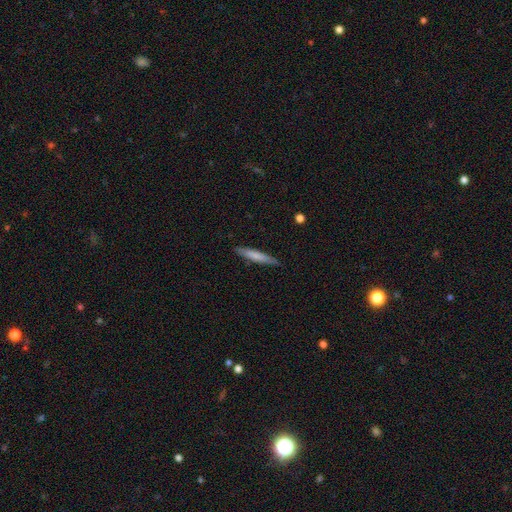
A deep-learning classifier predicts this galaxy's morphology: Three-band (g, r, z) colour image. It shows a smooth galaxy with no disk features (69%) that is cigar-shaped (94%). Merging: none (87%).